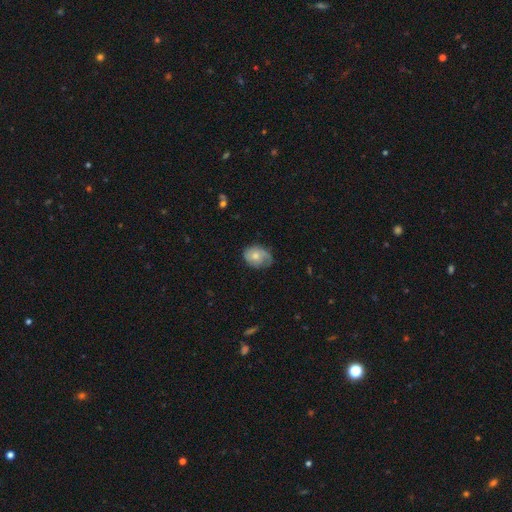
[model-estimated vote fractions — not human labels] Morphology: type=smooth (50%); merging=none (57%).